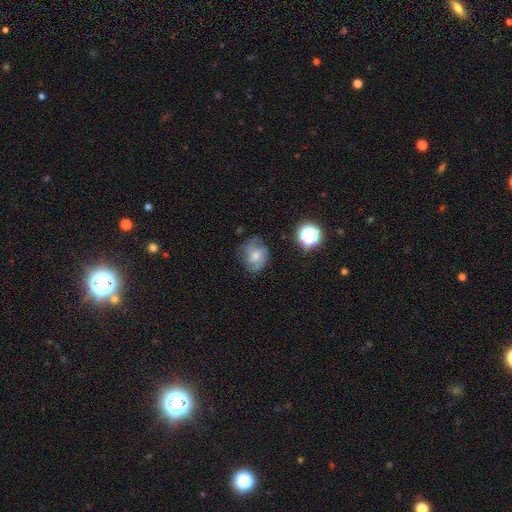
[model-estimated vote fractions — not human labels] Morphology: type=featured or disk (45%); merging=none (60%).